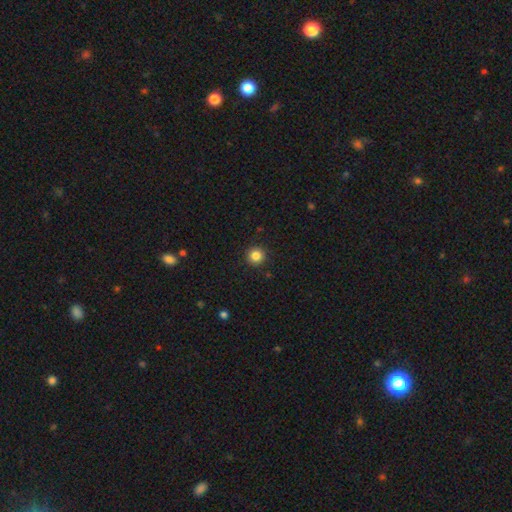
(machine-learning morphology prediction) This is clearly a smooth galaxy (84%). How rounded: clearly round (96%). Merging: clearly none (93%).